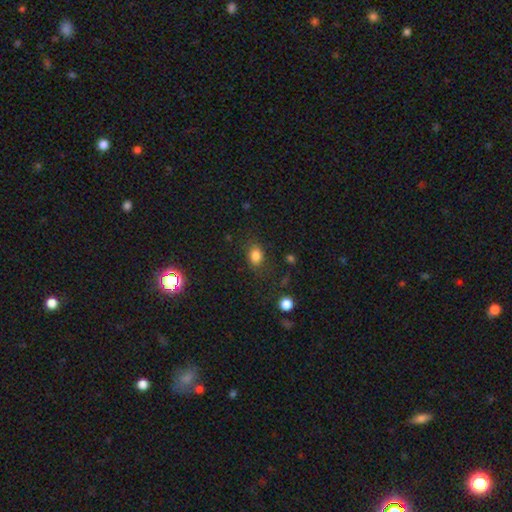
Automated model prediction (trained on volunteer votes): Smooth or featured?
  - smooth: 81% *
  - star or artifact: 12%
  - featured or disk: 7%
How rounded?
  - in between: 67% *
  - round: 31%
  - cigar-shaped: 2%
Merging?
  - none: 76% *
  - minor disturbance: 16%
  - major disturbance: 6%
  - merger: 2%